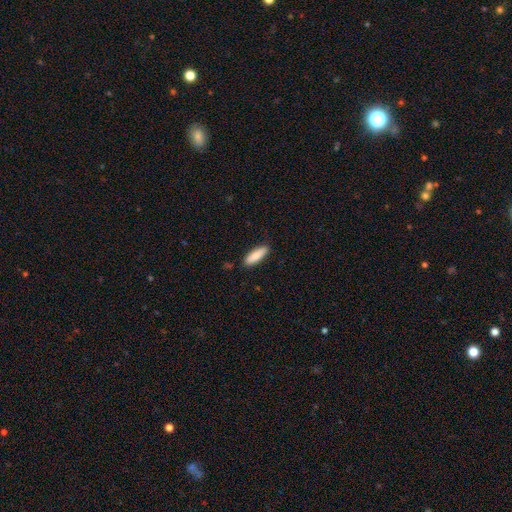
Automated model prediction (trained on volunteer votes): This appears to be a smooth galaxy with no disk features (86%) that is cigar-shaped (52%). Merging: none (87%).